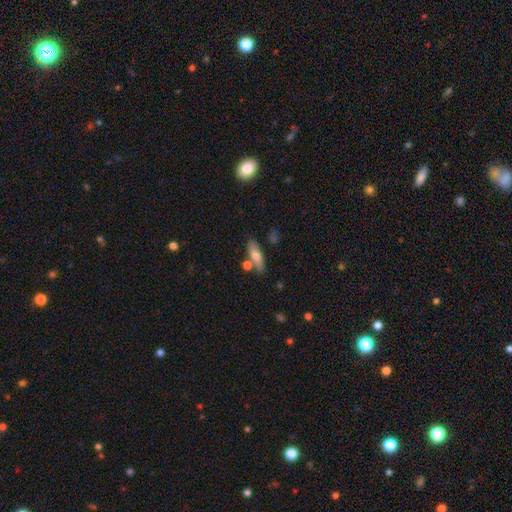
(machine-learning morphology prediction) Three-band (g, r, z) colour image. It shows a smooth galaxy with no disk features (68%) that is in between round and cigar-shaped (55%). Merging: none (68%).